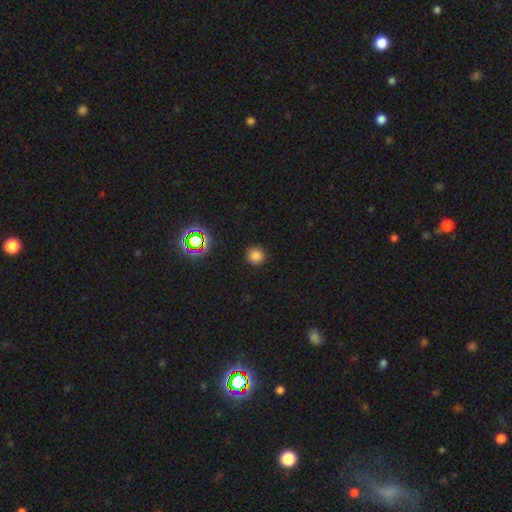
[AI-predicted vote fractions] Smooth or featured? Predicted: smooth (p=0.76). How rounded? Predicted: round (p=0.89). Merging? Predicted: none (p=0.87).